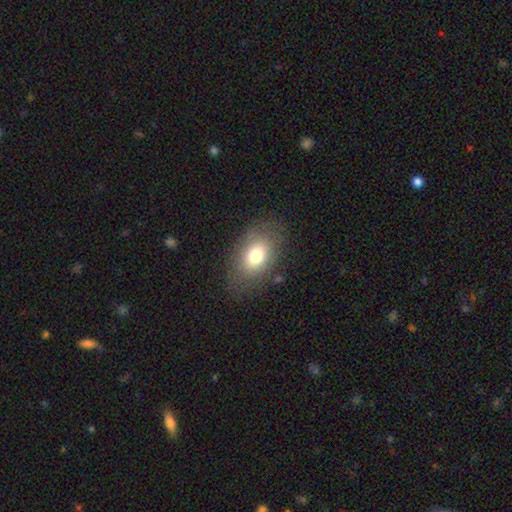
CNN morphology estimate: Smooth or featured?
  - smooth: 75% *
  - featured or disk: 15%
  - star or artifact: 10%
How rounded?
  - in between: 82% *
  - round: 17%
  - cigar-shaped: 1%
Merging?
  - none: 79% *
  - minor disturbance: 13%
  - major disturbance: 6%
  - merger: 1%